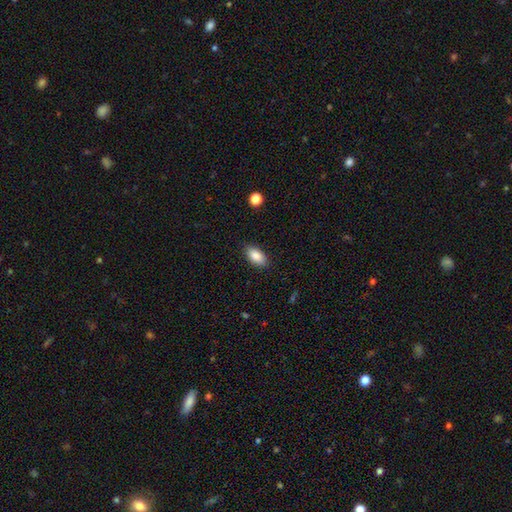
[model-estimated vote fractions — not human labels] Morphology: type=smooth (86%); roundness=in between (92%); merging=none (87%).